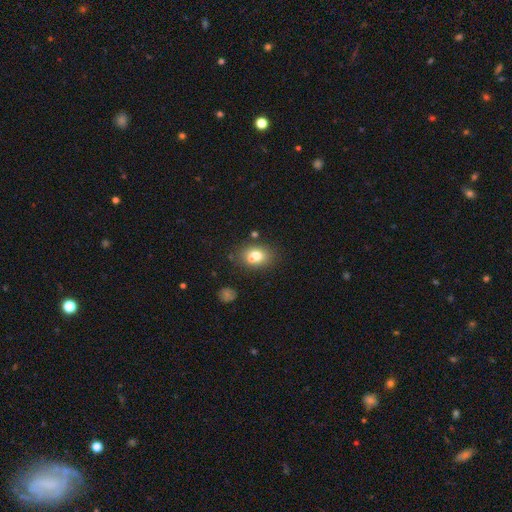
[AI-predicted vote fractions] This is likely a smooth galaxy (71%). How rounded: possibly in between (57%). Merging: possibly none (56%).